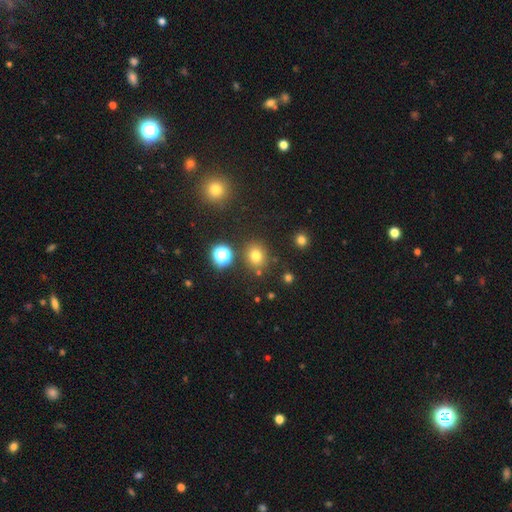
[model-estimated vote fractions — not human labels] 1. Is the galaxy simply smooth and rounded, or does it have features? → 72% smooth, 21% star or artifact, 7% featured or disk.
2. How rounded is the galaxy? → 77% round, 22% in between, 1% cigar-shaped.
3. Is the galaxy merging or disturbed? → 82% none, 9% minor disturbance, 6% merger, 3% major disturbance.